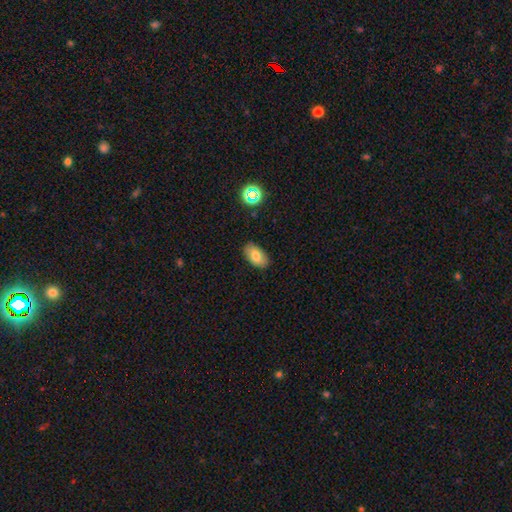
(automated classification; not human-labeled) This appears to be a smooth galaxy with no disk features (78%) that is in between round and cigar-shaped (93%). Merging: none (86%).